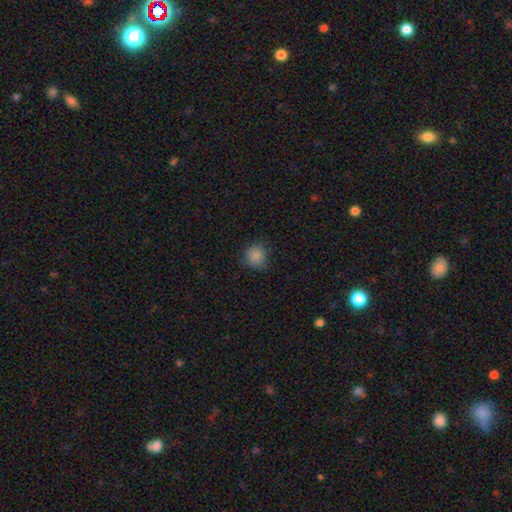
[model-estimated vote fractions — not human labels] smooth-or-featured: smooth: 85% | star or artifact: 10% | featured or disk: 5%
  how-rounded: round: 88% | in between: 11% | cigar-shaped: 1%
  merging: none: 79% | minor disturbance: 16% | major disturbance: 4% | merger: 1%